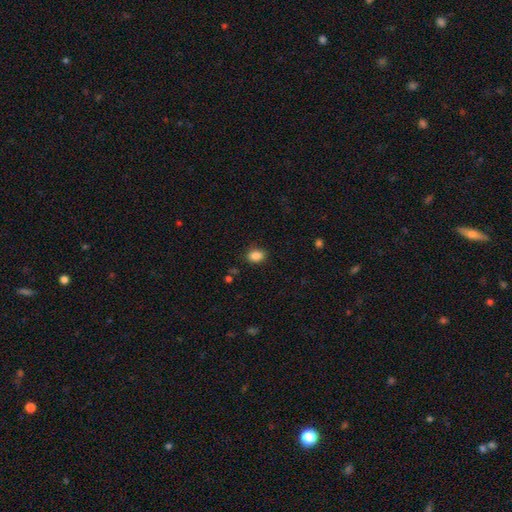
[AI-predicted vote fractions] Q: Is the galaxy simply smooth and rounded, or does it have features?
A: smooth — 87%.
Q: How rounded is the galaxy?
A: in between — 68%.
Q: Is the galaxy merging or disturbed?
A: none — 86%.